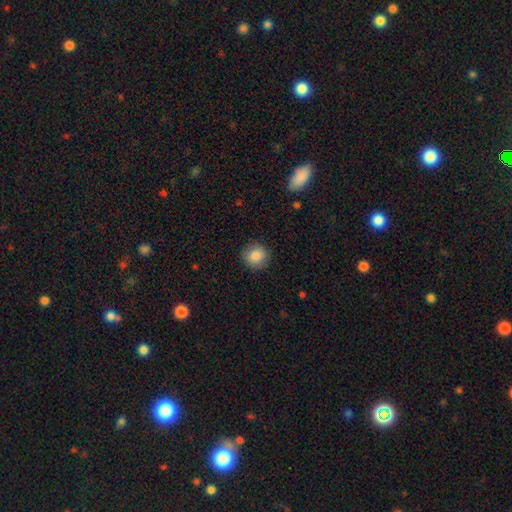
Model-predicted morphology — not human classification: Smooth or featured? smooth (85%)
How rounded? round (91%)
Merging? none (90%)